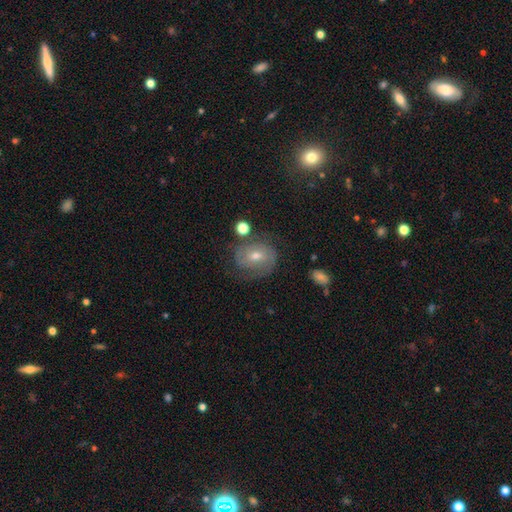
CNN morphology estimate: Smooth or featured: featured or disk — 63% (smooth — 27%)
Edge-on disk: no — 97% (yes — 3%)
Bar: no — 48% (weak — 41%)
Spiral arms: yes — 82% (no — 18%)
Bulge size: moderate — 56% (small — 39%)
Merging: none — 64% (minor disturbance — 20%)